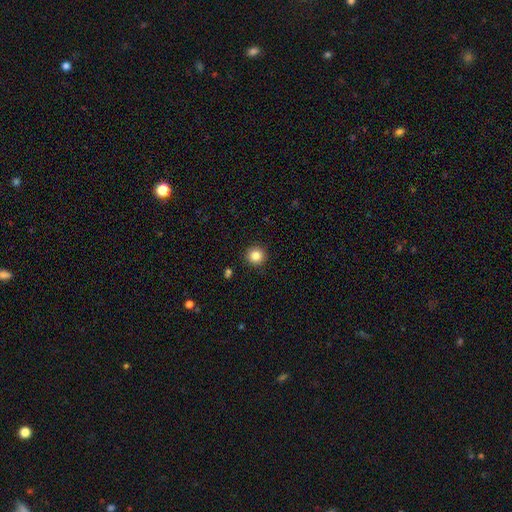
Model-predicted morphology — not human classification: Smooth or featured: smooth — 85% (star or artifact — 11%)
How rounded: round — 95% (in between — 4%)
Merging: none — 92% (minor disturbance — 5%)